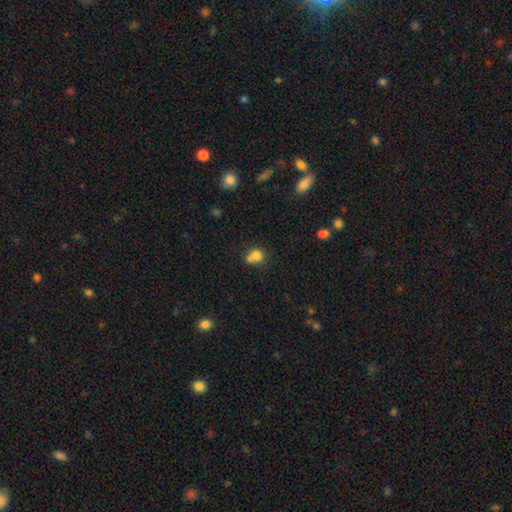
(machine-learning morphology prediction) A smooth galaxy with no disk features (76%) that is round (72%). Merging: merger (50%).